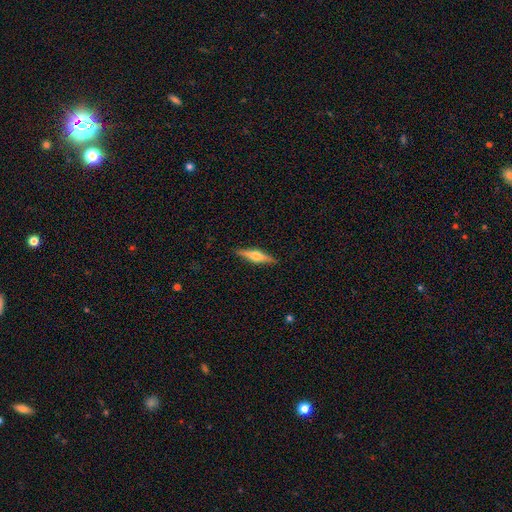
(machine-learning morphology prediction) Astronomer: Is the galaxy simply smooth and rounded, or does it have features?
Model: featured or disk — 62%.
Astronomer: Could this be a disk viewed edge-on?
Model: yes — 96%.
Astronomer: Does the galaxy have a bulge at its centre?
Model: rounded — 89%.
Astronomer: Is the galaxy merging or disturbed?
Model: none — 89%.